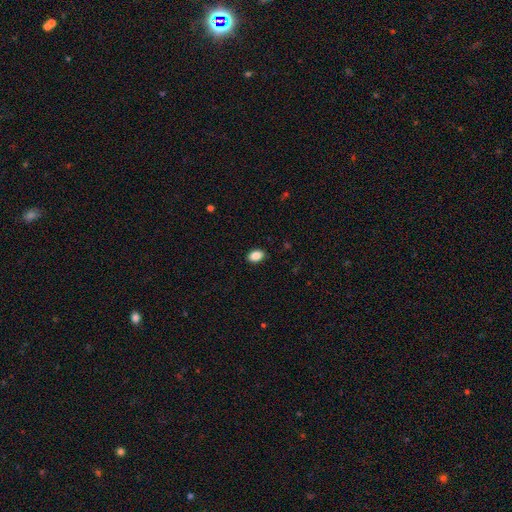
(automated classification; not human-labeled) Overall: smooth (88%). How rounded: in between (86%). Merging: none (89%).